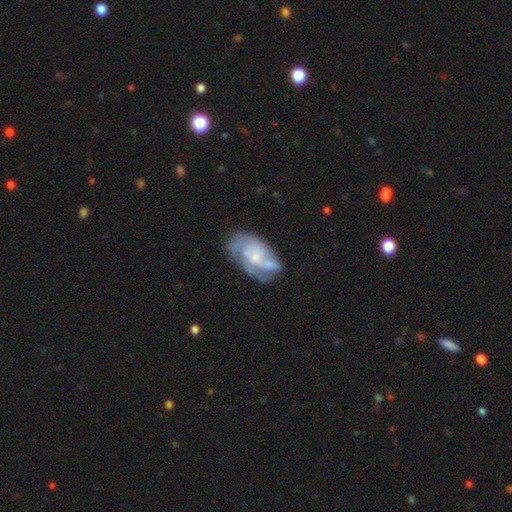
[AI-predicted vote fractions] Smooth or featured?
  - featured or disk: 68% *
  - smooth: 25%
  - star or artifact: 7%
Edge-on disk?
  - no: 96% *
  - yes: 4%
Bar?
  - no: 69% *
  - weak: 26%
  - strong: 5%
Spiral arms?
  - yes: 75% *
  - no: 25%
Bulge size?
  - small: 46% *
  - moderate: 30%
  - none: 17%
  - large: 5%
  - dominant: 1%
Merging?
  - none: 49% *
  - minor disturbance: 26%
  - major disturbance: 17%
  - merger: 9%